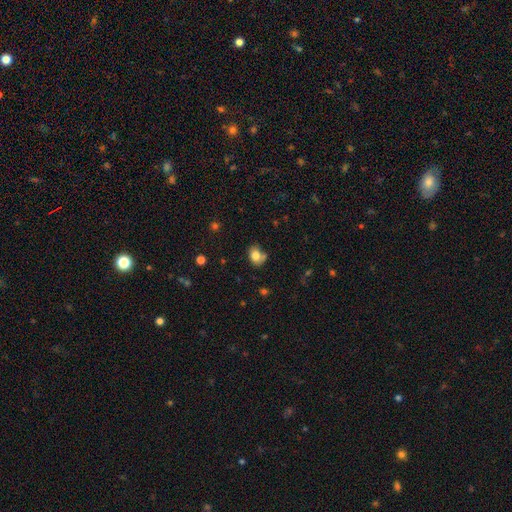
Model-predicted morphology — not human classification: A smooth galaxy with no disk features (79%) that is in between round and cigar-shaped (53%).

Vote fractions:
- Smooth or featured? smooth: 79% / star or artifact: 11% / featured or disk: 11%
- How rounded? in between: 53% / round: 46% / cigar-shaped: 1%
- Merging? none: 56% / minor disturbance: 21% / merger: 16% / major disturbance: 6%